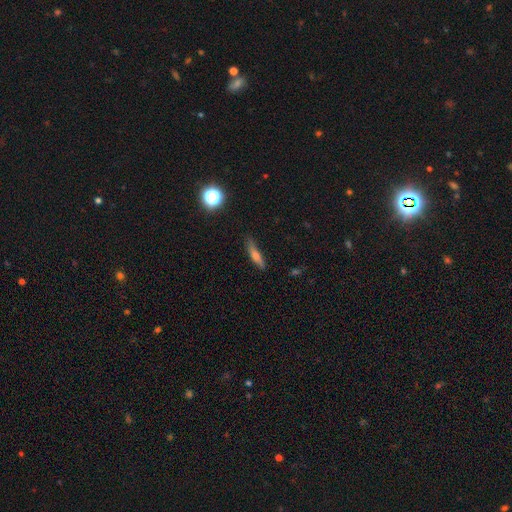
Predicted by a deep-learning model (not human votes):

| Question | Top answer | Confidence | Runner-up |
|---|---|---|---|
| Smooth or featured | smooth | 51% | featured or disk (39%) |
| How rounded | cigar-shaped | 81% | in between (16%) |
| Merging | none | 81% | minor disturbance (15%) |